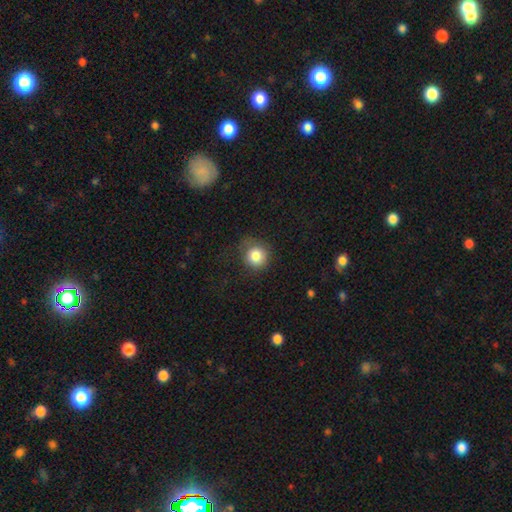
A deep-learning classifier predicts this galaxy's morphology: Smooth or featured? smooth (83%)
How rounded? round (89%)
Merging? none (66%)